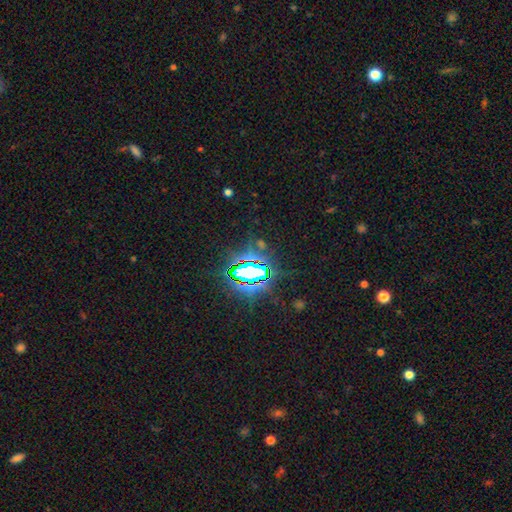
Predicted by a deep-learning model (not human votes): Overall: star or artifact (83%).